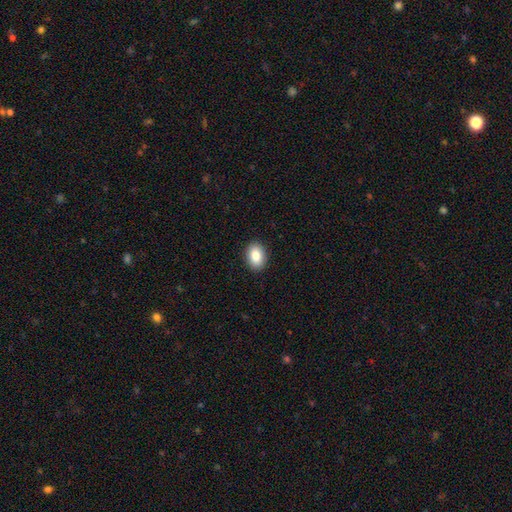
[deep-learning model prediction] This appears to be a smooth galaxy with no disk features (85%) that is in between round and cigar-shaped (82%). Merging: none (91%).